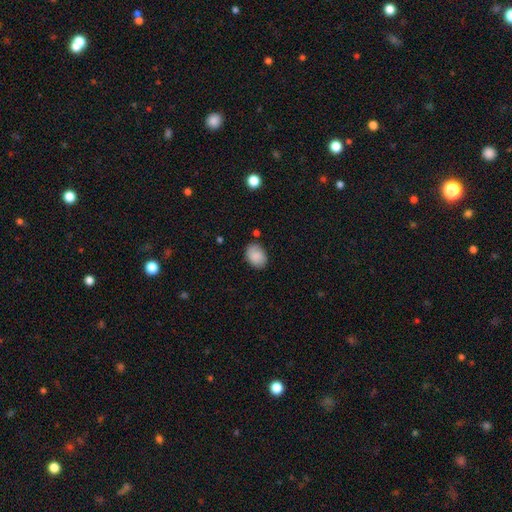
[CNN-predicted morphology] Q: Smooth or featured?
A: smooth (88%); runner-up: star or artifact (7%)
Q: How rounded?
A: in between (73%); runner-up: round (26%)
Q: Merging?
A: none (79%); runner-up: minor disturbance (15%)